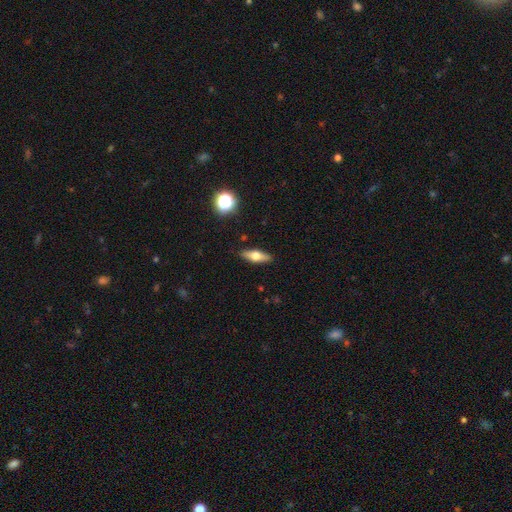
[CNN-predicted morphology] type=smooth (54%); roundness=in between (55%); merging=none (89%).